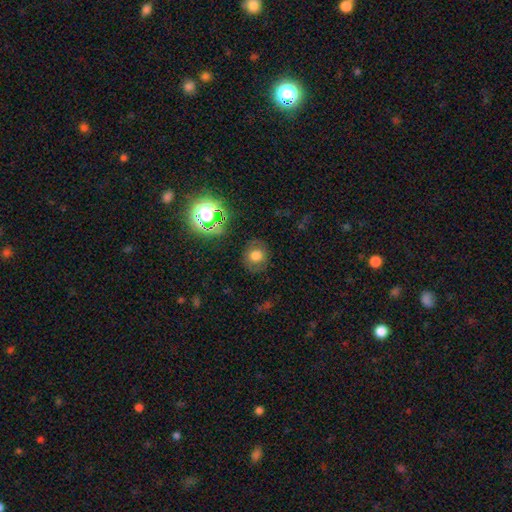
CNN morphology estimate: type=smooth (68%); roundness=round (83%); merging=none (80%).